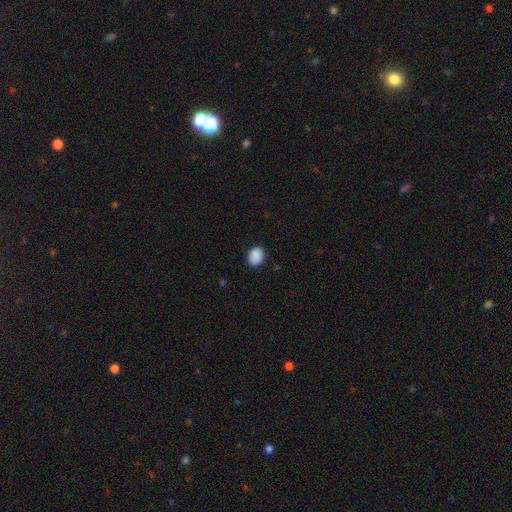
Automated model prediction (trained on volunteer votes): smooth_or_featured: smooth (p=0.89) [alt: star or artifact p=0.08]
how_rounded: in between (p=0.62) [alt: round p=0.37]
merging: none (p=0.86) [alt: minor disturbance p=0.11]